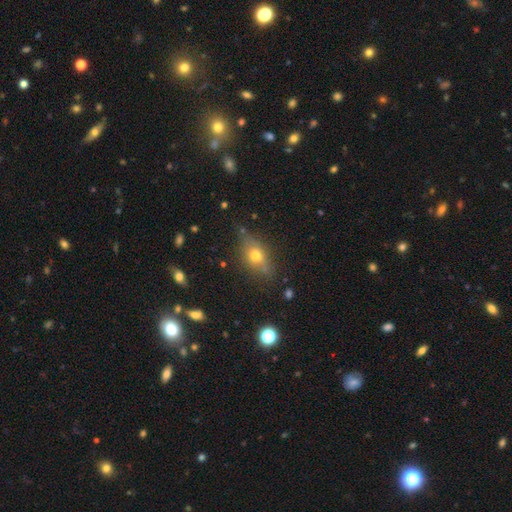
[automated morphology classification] smooth_or_featured: smooth (p=0.63) [alt: featured or disk p=0.23]
how_rounded: in between (p=0.69) [alt: round p=0.23]
merging: none (p=0.75) [alt: minor disturbance p=0.17]